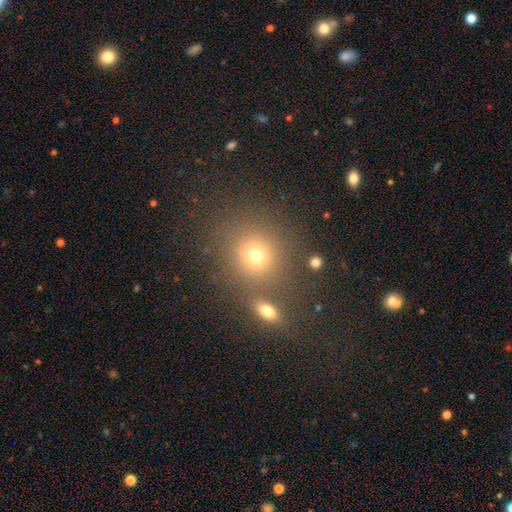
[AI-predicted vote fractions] A smooth galaxy with no disk features (66%) that is round (82%).

Vote fractions:
- Smooth or featured? smooth: 66% / star or artifact: 22% / featured or disk: 12%
- How rounded? round: 82% / in between: 17% / cigar-shaped: 1%
- Merging? none: 70% / merger: 17% / minor disturbance: 9% / major disturbance: 4%